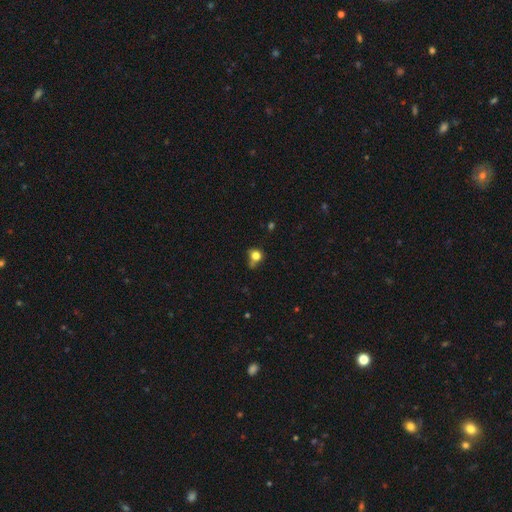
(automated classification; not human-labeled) This is likely a smooth galaxy (77%). How rounded: likely round (73%). Merging: possibly none (45%).